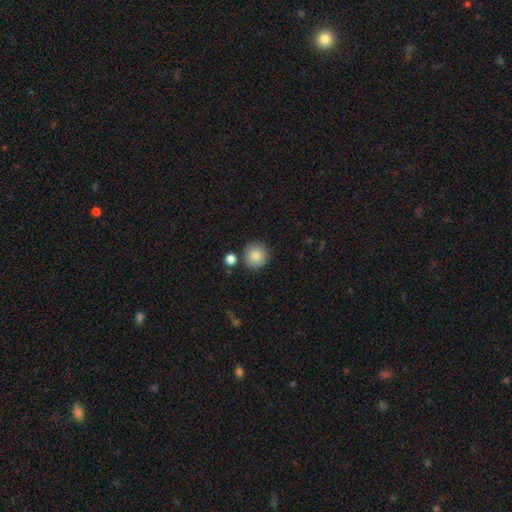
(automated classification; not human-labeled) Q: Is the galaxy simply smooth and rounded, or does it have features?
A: smooth — 86%.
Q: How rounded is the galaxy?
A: round — 92%.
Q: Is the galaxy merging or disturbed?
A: none — 80%.